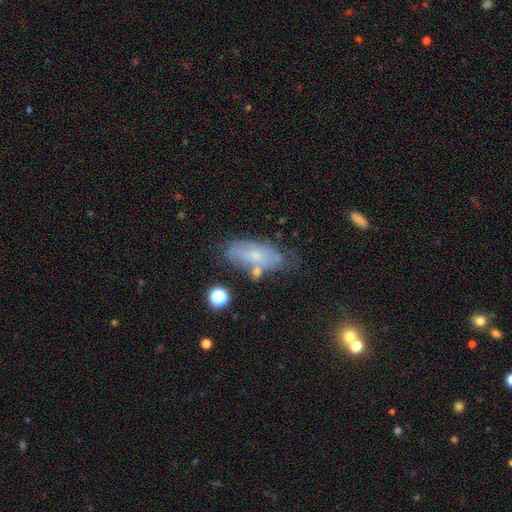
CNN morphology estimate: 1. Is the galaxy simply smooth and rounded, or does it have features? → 49% smooth, 42% featured or disk, 9% star or artifact.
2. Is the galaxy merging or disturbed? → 60% none, 24% minor disturbance, 8% major disturbance, 8% merger.